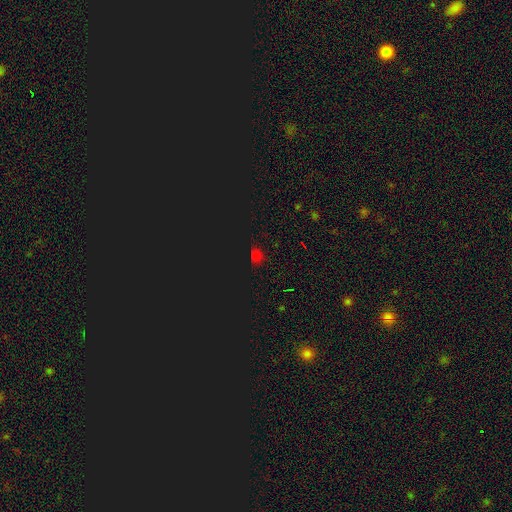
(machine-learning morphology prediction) Smooth or featured? star or artifact (56%)